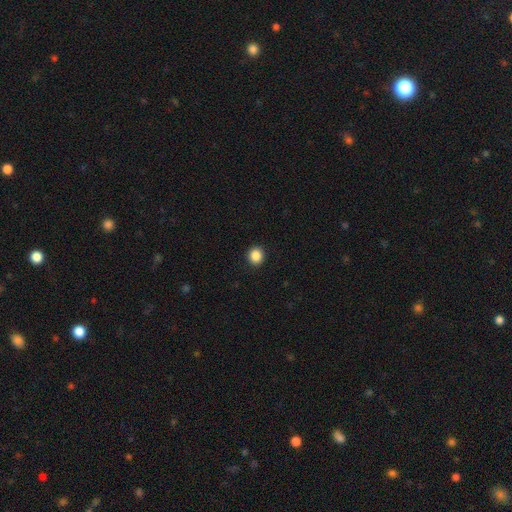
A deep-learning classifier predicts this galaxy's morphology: Smooth or featured: smooth — 87% (star or artifact — 10%)
How rounded: round — 86% (in between — 13%)
Merging: none — 92% (minor disturbance — 5%)